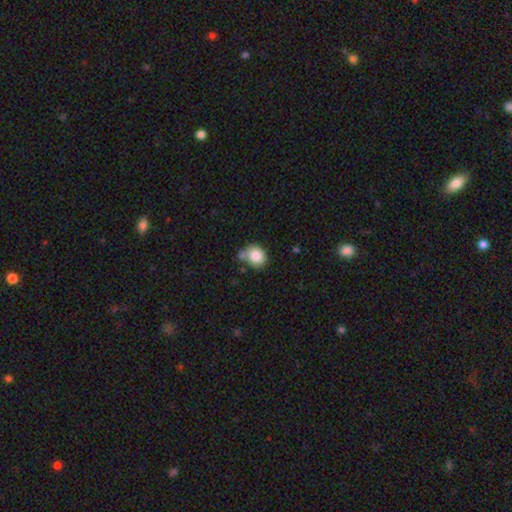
Smooth or featured?
  - smooth: 86% *
  - star or artifact: 8%
  - featured or disk: 5%
How rounded?
  - round: 94% *
  - in between: 6%
  - cigar-shaped: 0%
Merging?
  - none: 65% *
  - minor disturbance: 15%
  - merger: 12%
  - major disturbance: 9%